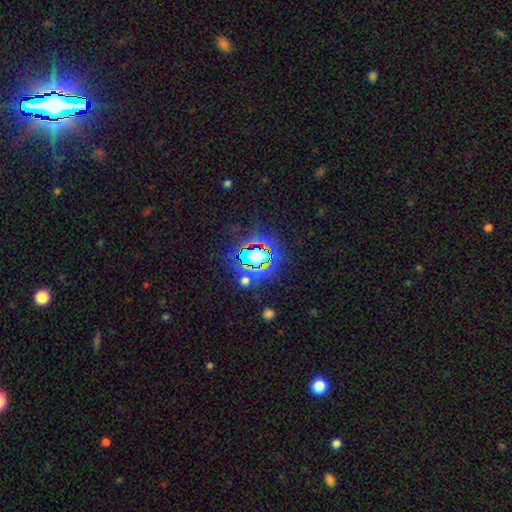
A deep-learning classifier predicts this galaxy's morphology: A star or artifact, not a galaxy (64%).

Vote fractions:
- Smooth or featured? star or artifact: 64% / smooth: 22% / featured or disk: 14%